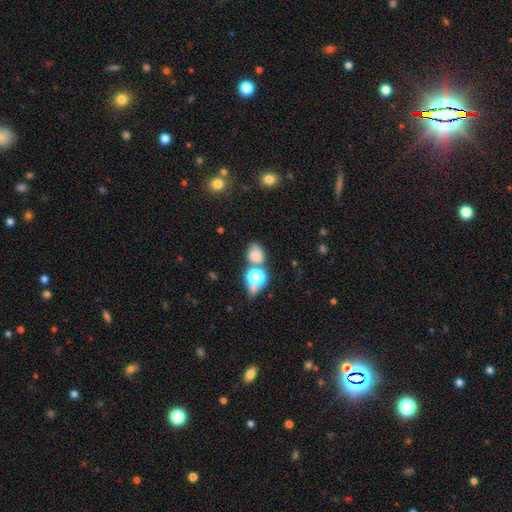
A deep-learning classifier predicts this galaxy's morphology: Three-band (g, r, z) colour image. It shows a smooth galaxy with no disk features (67%) that is round (50%). Merging: none (52%).